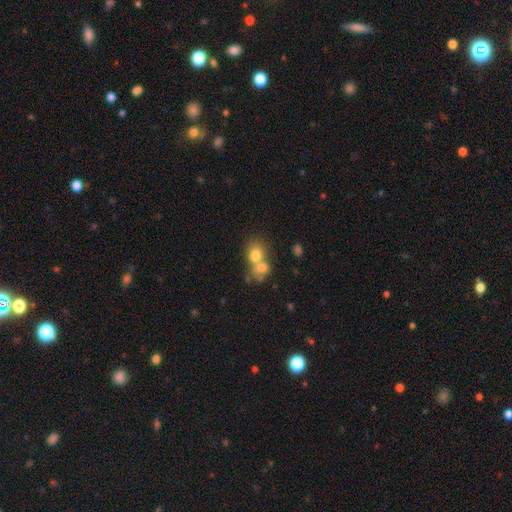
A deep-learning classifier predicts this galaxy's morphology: The model was most divided on "how rounded": round: 60%, in between: 38%, cigar-shaped: 1%. More confident: smooth or featured — smooth (75%); merging — merger (62%).